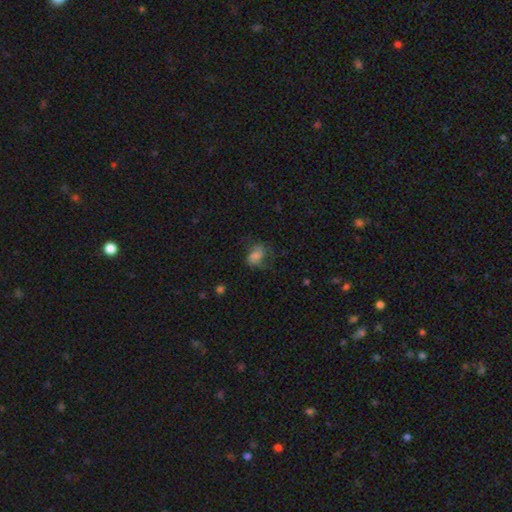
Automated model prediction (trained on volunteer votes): smooth_or_featured: smooth (p=0.61) [alt: featured or disk p=0.28]
how_rounded: in between (p=0.75) [alt: round p=0.23]
merging: none (p=0.48) [alt: minor disturbance p=0.26]